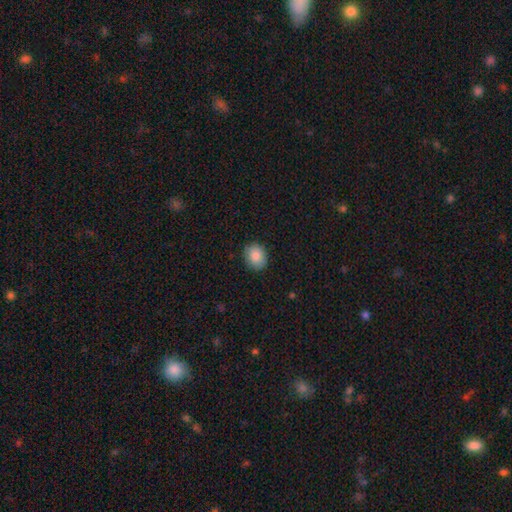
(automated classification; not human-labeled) This appears to be a smooth galaxy with no disk features (85%) that is round (54%). Merging: none (88%).